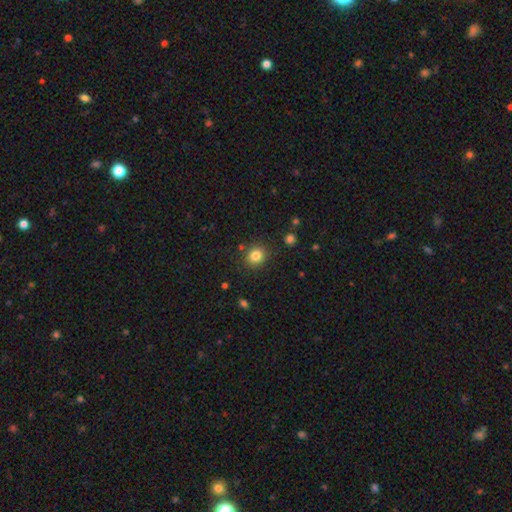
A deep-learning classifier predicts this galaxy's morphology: smooth-or-featured: smooth: 82% | star or artifact: 12% | featured or disk: 6%
  how-rounded: round: 77% | in between: 22% | cigar-shaped: 1%
  merging: none: 85% | minor disturbance: 9% | merger: 3% | major disturbance: 3%